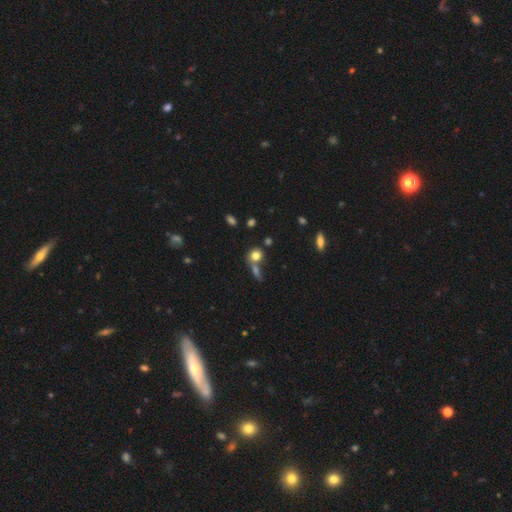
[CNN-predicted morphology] type=smooth (77%); roundness=round (76%); merging=none (52%).